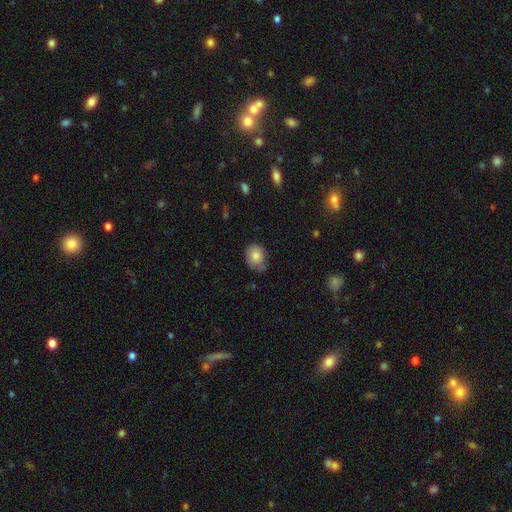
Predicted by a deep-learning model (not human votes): A smooth galaxy with no disk features (79%) that is round (54%).

Vote fractions:
- Smooth or featured? smooth: 79% / featured or disk: 14% / star or artifact: 8%
- How rounded? round: 54% / in between: 45% / cigar-shaped: 1%
- Merging? none: 59% / minor disturbance: 31% / major disturbance: 8% / merger: 2%